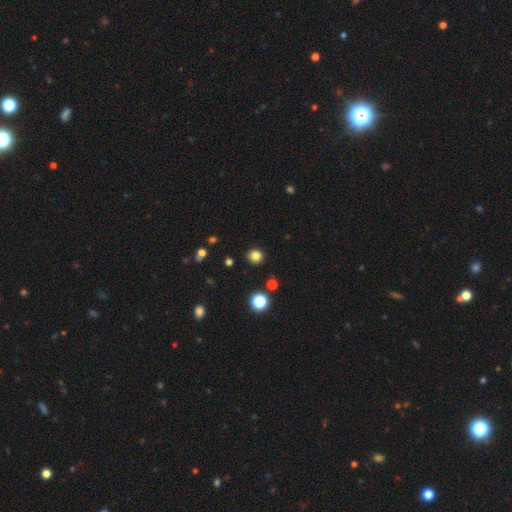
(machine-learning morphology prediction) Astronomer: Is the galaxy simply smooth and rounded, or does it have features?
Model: smooth — 81%.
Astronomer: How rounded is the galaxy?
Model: round — 91%.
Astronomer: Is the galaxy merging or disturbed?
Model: none — 91%.